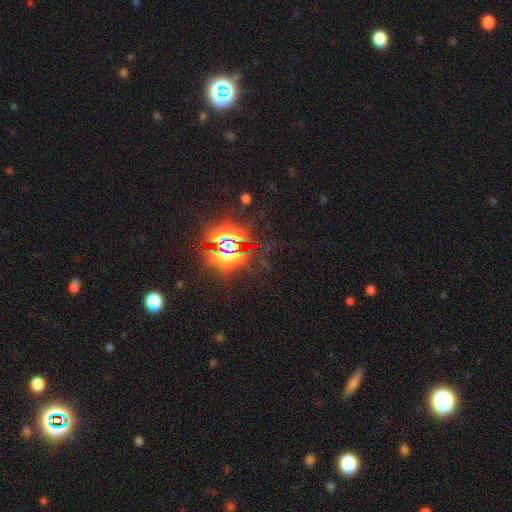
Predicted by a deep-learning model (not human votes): The model was most divided on "smooth or featured": star or artifact: 85%, smooth: 8%, featured or disk: 7%.